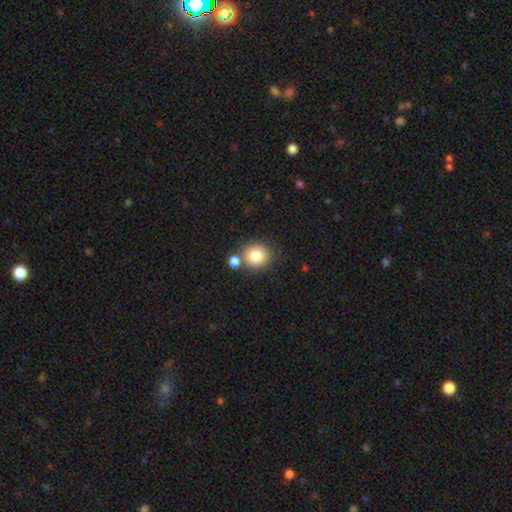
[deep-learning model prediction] smooth 81%, star or artifact 10%, featured or disk 9%. Down the decision tree: how rounded — round (88%); merging — none (69%).